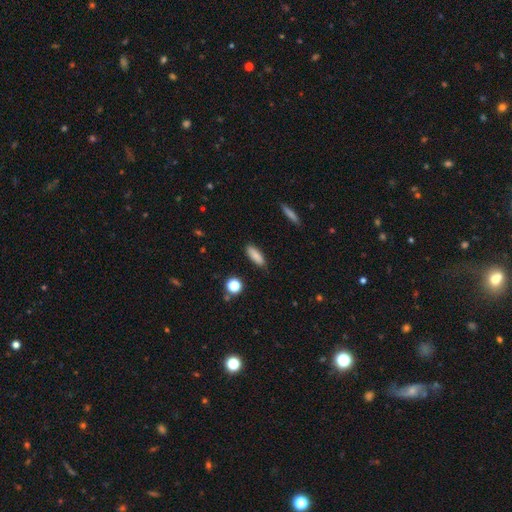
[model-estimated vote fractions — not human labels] This appears to be a smooth galaxy with no disk features (86%) that is in between round and cigar-shaped (56%). Merging: none (86%).